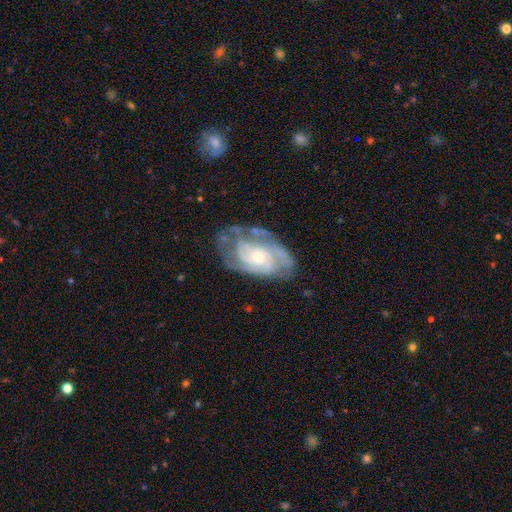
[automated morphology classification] This appears to be a featured or disk galaxy (79%) with no bar (71%), tight (61%) spiral arms (89%) and a small central bulge (49%). Merging: none (63%).